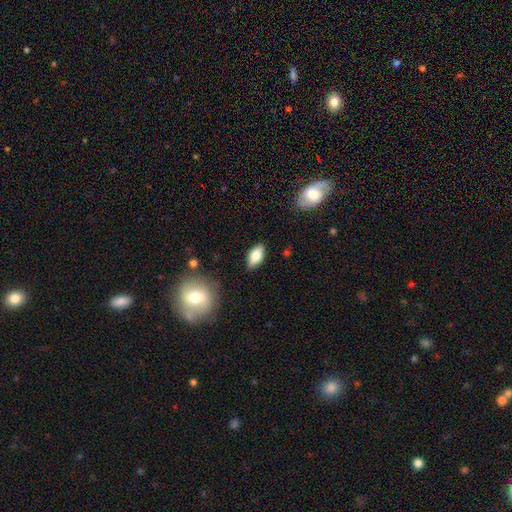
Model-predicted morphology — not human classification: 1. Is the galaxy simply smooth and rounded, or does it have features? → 74% smooth, 19% featured or disk, 7% star or artifact.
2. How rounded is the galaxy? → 84% in between, 12% cigar-shaped, 4% round.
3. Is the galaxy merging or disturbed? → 84% none, 12% minor disturbance, 3% major disturbance, 1% merger.